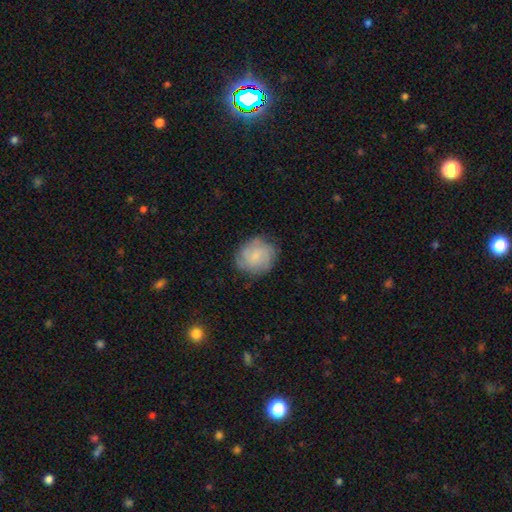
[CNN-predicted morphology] Q: Smooth or featured?
A: smooth (46%); tied with: featured or disk (46%)
Q: Merging?
A: none (76%); runner-up: minor disturbance (17%)